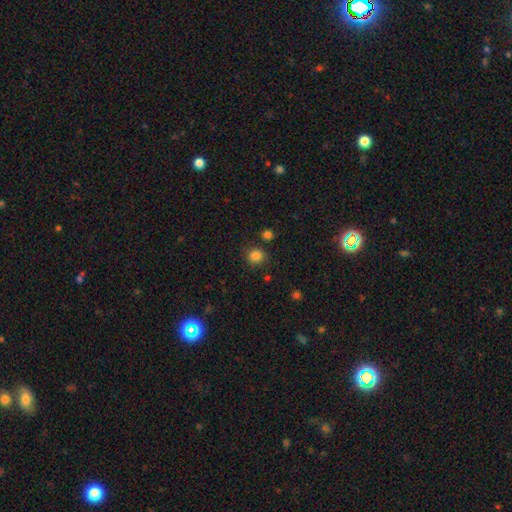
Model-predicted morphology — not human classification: Smooth or featured: smooth — 83% (star or artifact — 13%)
How rounded: round — 86% (in between — 13%)
Merging: none — 83% (minor disturbance — 9%)